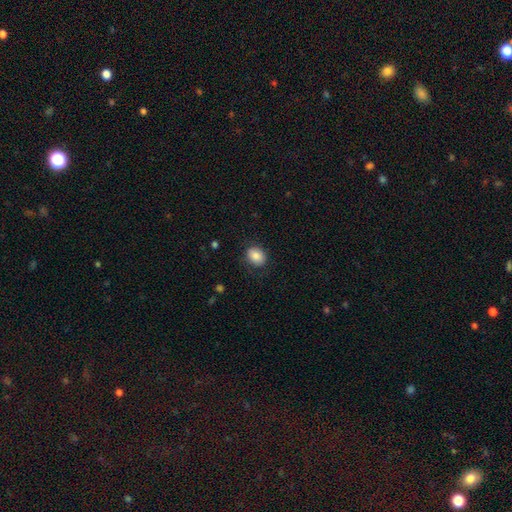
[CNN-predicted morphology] This appears to be a smooth galaxy with no disk features (85%) that is in between round and cigar-shaped (50%). Merging: none (80%).